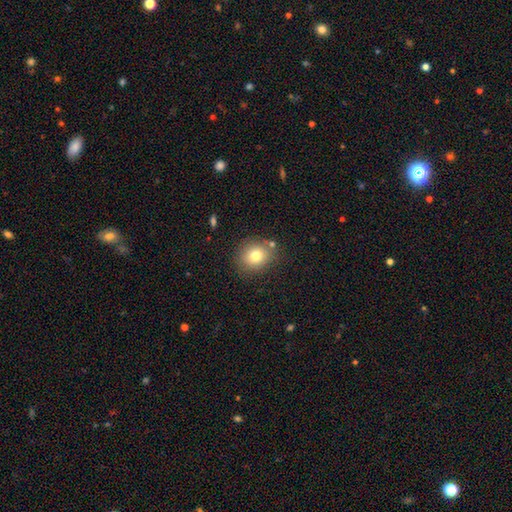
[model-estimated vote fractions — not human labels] Q: Smooth or featured?
A: smooth (77%); runner-up: star or artifact (12%)
Q: How rounded?
A: round (72%); runner-up: in between (27%)
Q: Merging?
A: none (80%); runner-up: minor disturbance (11%)